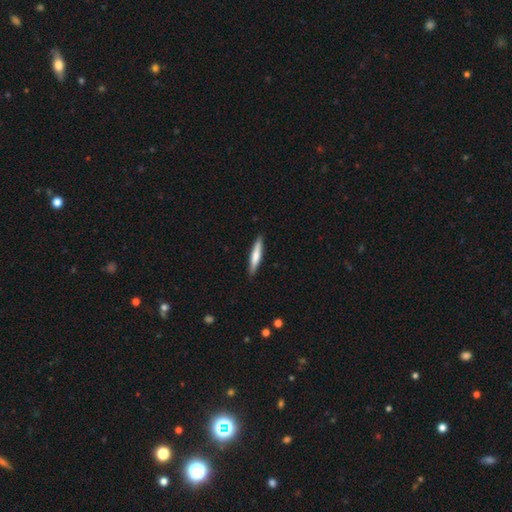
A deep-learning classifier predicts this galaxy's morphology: Smooth or featured?
  - smooth: 66% *
  - featured or disk: 29%
  - star or artifact: 5%
How rounded?
  - cigar-shaped: 91% *
  - in between: 8%
  - round: 1%
Merging?
  - none: 89% *
  - minor disturbance: 8%
  - major disturbance: 1%
  - merger: 1%